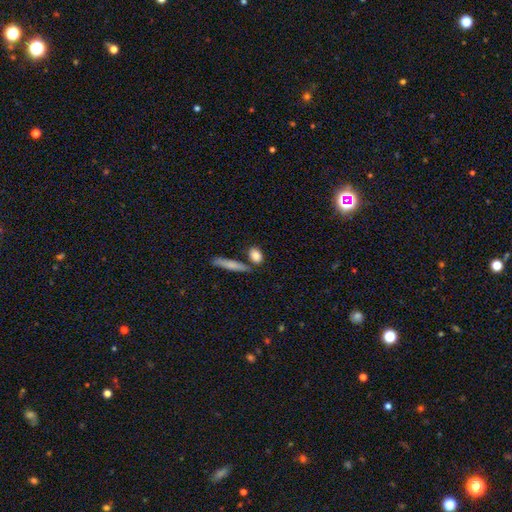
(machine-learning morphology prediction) A smooth galaxy with no disk features (85%) that is in between round and cigar-shaped (70%). Merging: none (69%).